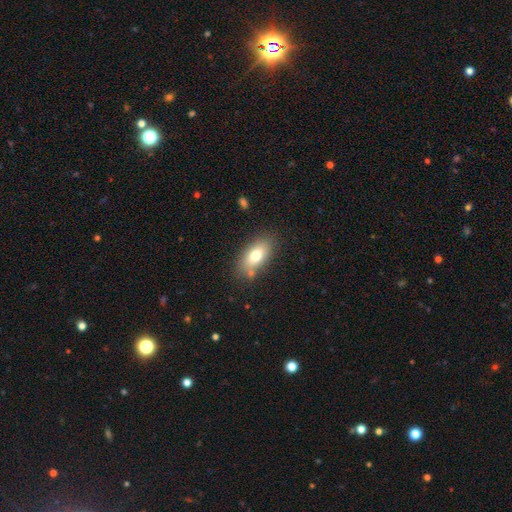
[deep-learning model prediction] The model was most divided on "smooth or featured": smooth: 75%, featured or disk: 17%, star or artifact: 8%. More confident: how rounded — in between (88%); merging — none (76%).